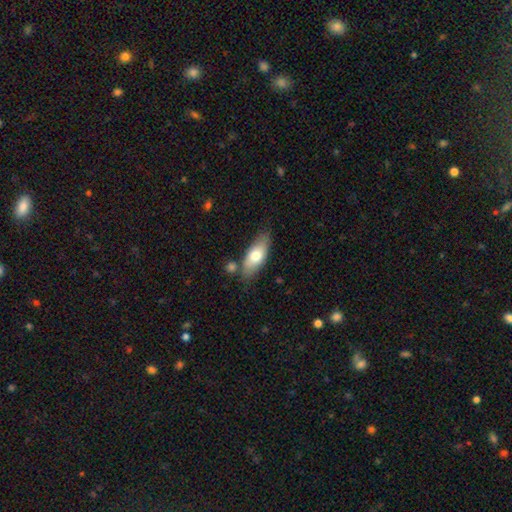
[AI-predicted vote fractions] Smooth or featured? Predicted: smooth (p=0.70). How rounded? Predicted: in between (p=0.77). Merging? Predicted: none (p=0.74).